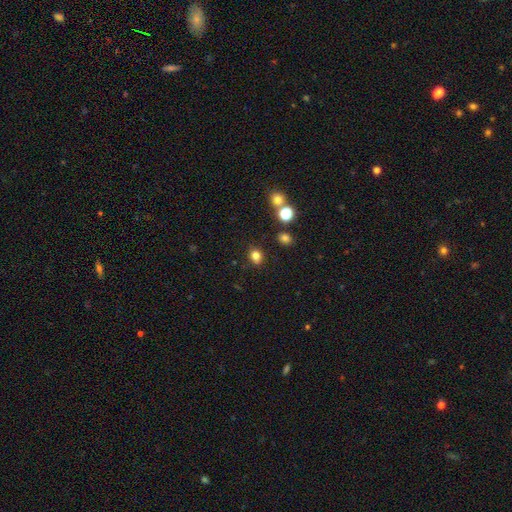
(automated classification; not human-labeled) Morphology: type=smooth (79%); roundness=round (60%); merging=none (82%).